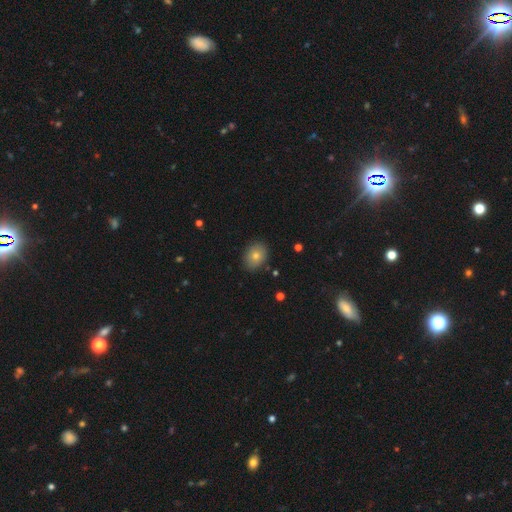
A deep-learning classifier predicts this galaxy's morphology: A smooth galaxy with no disk features (75%) that is in between round and cigar-shaped (60%).

Vote fractions:
- Smooth or featured? smooth: 75% / featured or disk: 13% / star or artifact: 11%
- How rounded? in between: 60% / round: 39% / cigar-shaped: 1%
- Merging? none: 87% / minor disturbance: 10% / major disturbance: 2% / merger: 1%